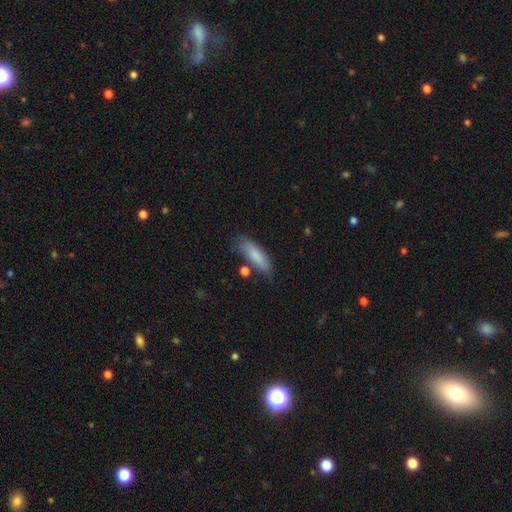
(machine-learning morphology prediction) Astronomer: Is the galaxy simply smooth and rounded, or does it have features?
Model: smooth — 82%.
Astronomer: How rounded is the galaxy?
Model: cigar-shaped — 56% (runner-up: in between, 42%).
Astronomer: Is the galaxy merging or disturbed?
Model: none — 75%.